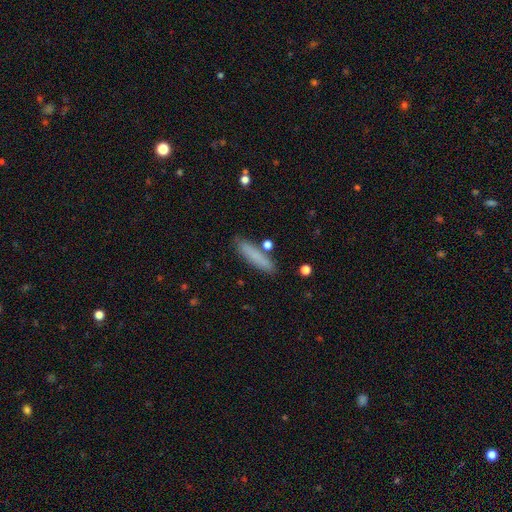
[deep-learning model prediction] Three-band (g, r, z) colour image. It shows a smooth galaxy with no disk features (81%) that is cigar-shaped (86%). Merging: none (85%).